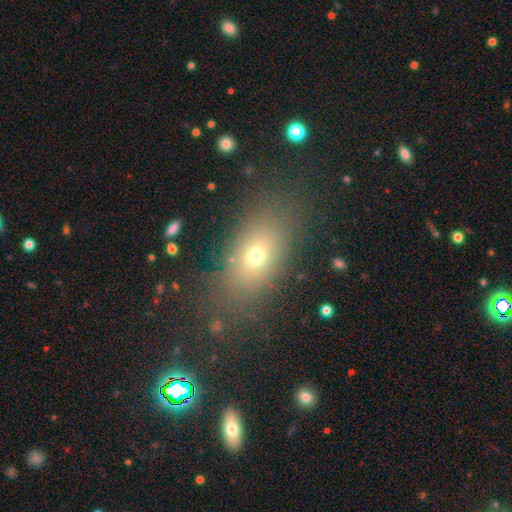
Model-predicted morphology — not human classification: Q: Smooth or featured?
A: smooth (65%); runner-up: star or artifact (19%)
Q: How rounded?
A: in between (75%); runner-up: round (18%)
Q: Merging?
A: none (82%); runner-up: minor disturbance (10%)